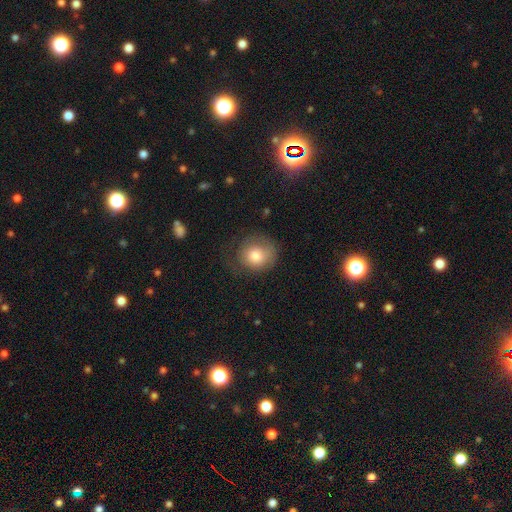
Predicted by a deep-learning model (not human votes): A smooth galaxy with no disk features (76%) that is round (81%). Merging: none (59%).